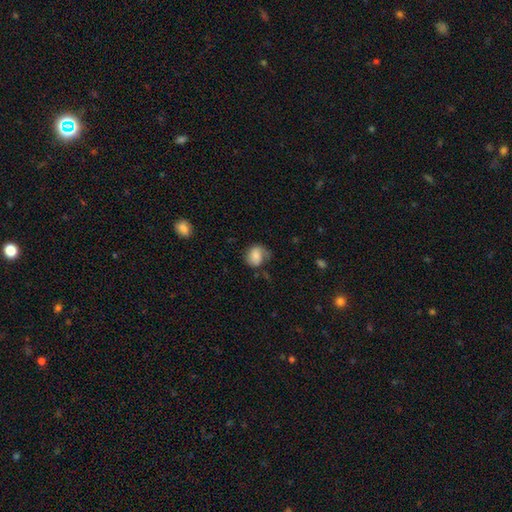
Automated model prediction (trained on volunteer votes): Morphology: type=smooth (65%); roundness=round (57%); merging=none (46%).